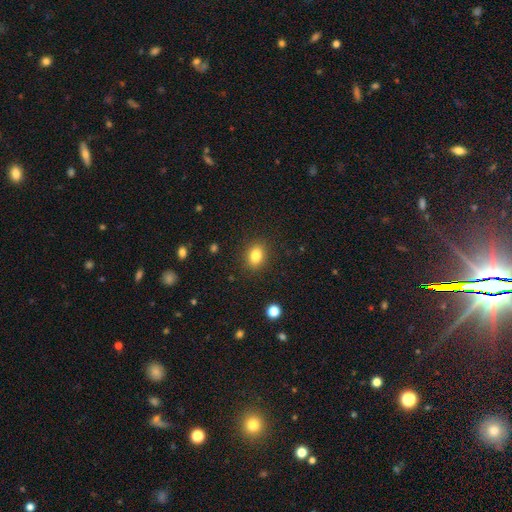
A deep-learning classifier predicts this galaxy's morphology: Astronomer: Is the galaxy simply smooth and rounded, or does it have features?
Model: smooth — 83%.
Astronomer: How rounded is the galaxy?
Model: in between — 63%.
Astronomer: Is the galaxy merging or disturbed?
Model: none — 87%.